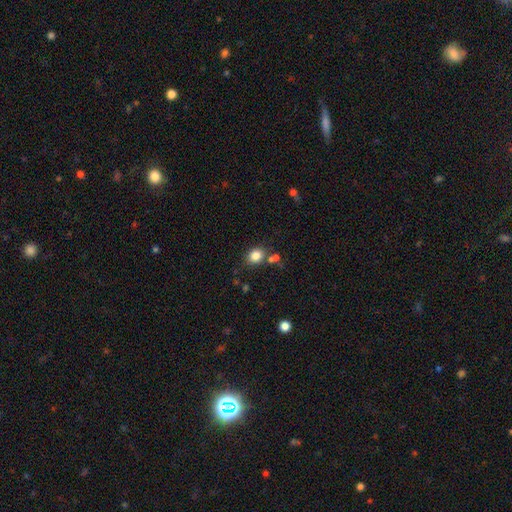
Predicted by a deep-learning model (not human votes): Overall: smooth (82%). How rounded: round (56%; in between 43%). Merging: none (72%).